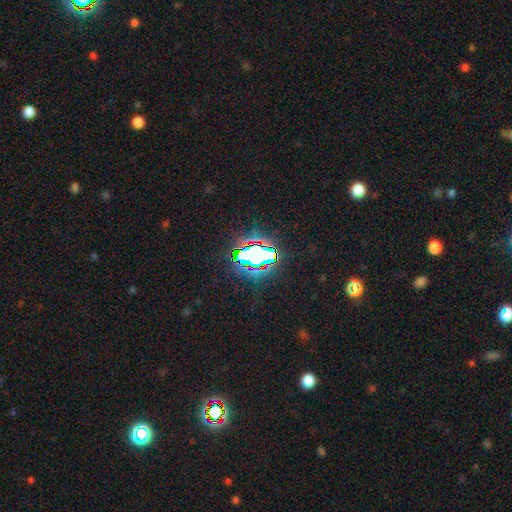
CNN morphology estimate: star or artifact 65%, smooth 22%, featured or disk 13%.